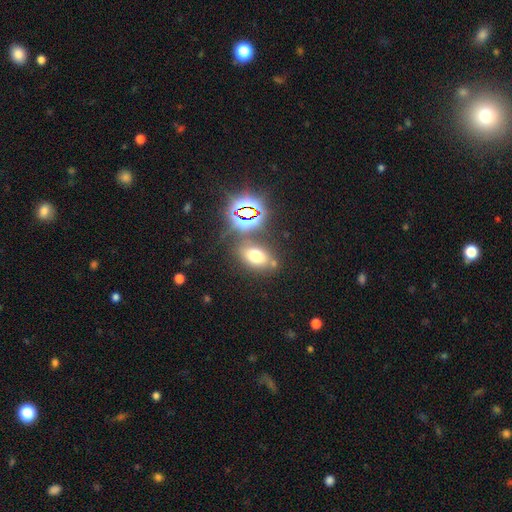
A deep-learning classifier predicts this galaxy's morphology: Smooth or featured?
  - smooth: 62% *
  - star or artifact: 26%
  - featured or disk: 12%
How rounded?
  - in between: 75% *
  - round: 22%
  - cigar-shaped: 3%
Merging?
  - none: 69% *
  - merger: 13%
  - minor disturbance: 12%
  - major disturbance: 5%